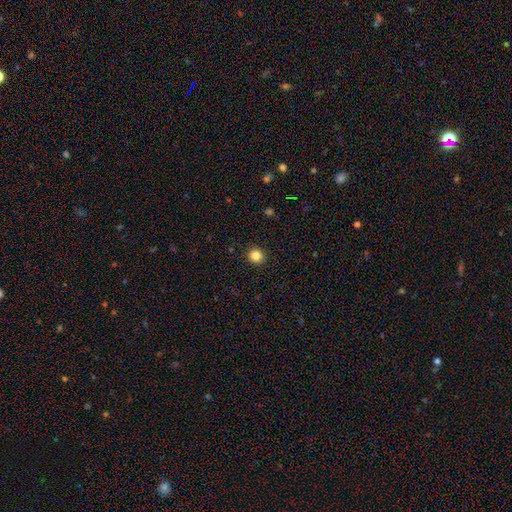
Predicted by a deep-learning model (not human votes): smooth 84%, star or artifact 12%, featured or disk 4%. Down the decision tree: how rounded — round (93%); merging — none (93%).